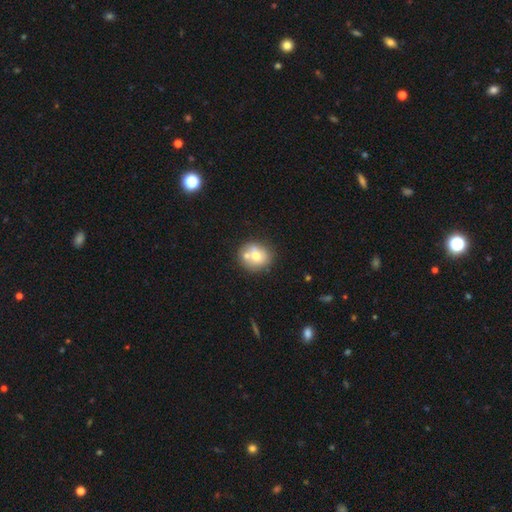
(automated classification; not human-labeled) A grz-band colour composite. It shows a smooth galaxy with no disk features (62%) that is round (81%). Merging: none (54%).